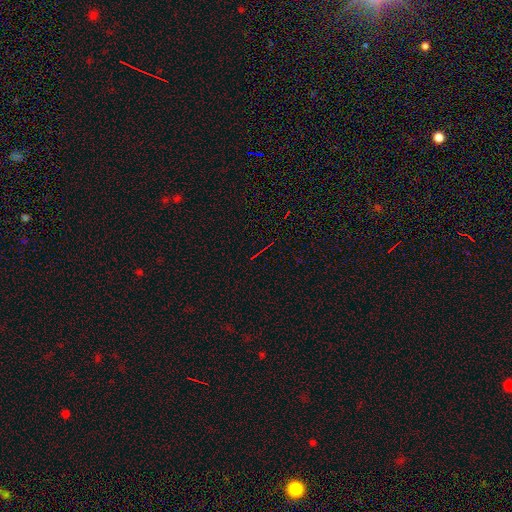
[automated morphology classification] Smooth or featured? Predicted: star or artifact (p=0.76).